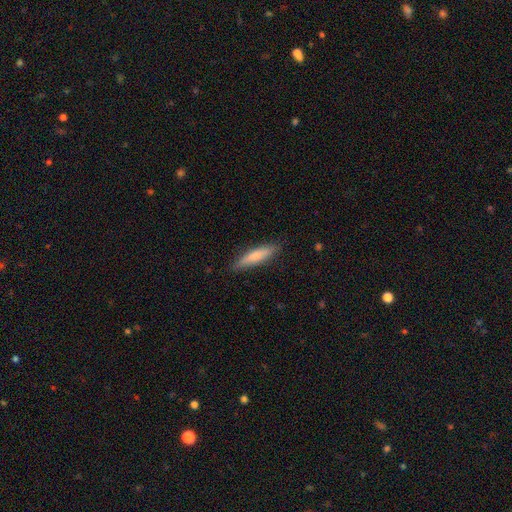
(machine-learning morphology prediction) Q: Smooth or featured?
A: smooth (75%); runner-up: featured or disk (19%)
Q: How rounded?
A: cigar-shaped (83%); runner-up: in between (16%)
Q: Merging?
A: none (84%); runner-up: minor disturbance (12%)